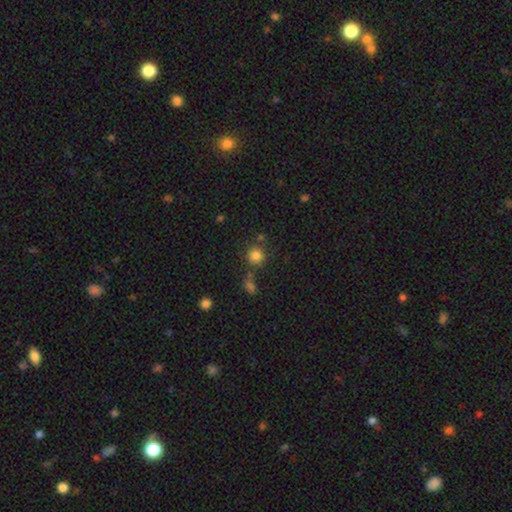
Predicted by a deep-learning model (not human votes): This appears to be a smooth galaxy with no disk features (82%) that is round (91%). Merging: none (74%).